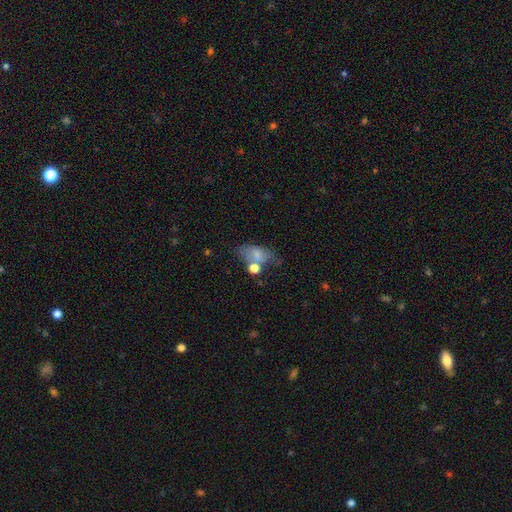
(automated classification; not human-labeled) smooth_or_featured: smooth (p=0.67) [alt: featured or disk p=0.22]
how_rounded: in between (p=0.84) [alt: round p=0.12]
merging: none (p=0.37) [alt: merger p=0.26]